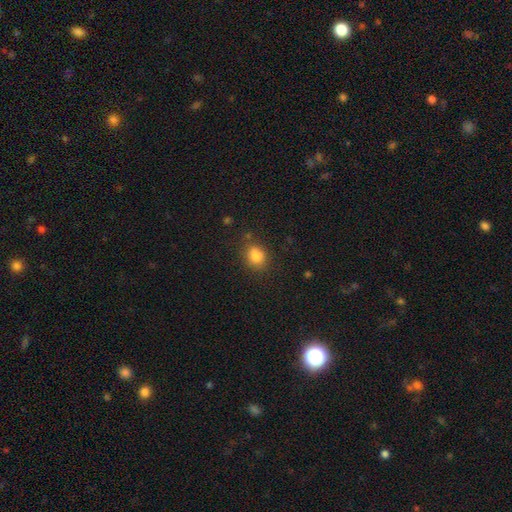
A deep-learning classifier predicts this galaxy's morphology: A smooth galaxy with no disk features (83%) that is round (55%). Merging: none (71%).